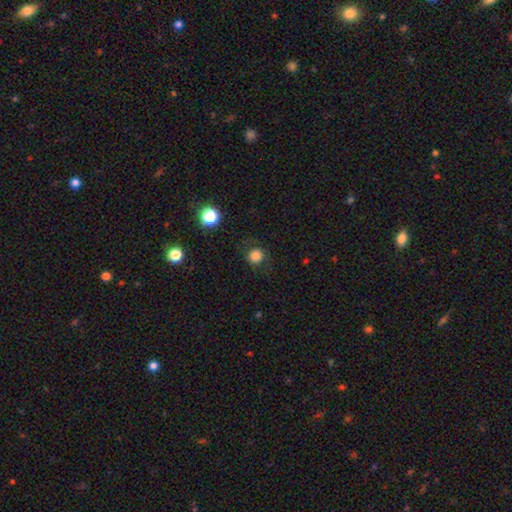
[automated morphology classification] This appears to be a smooth galaxy with no disk features (81%) that is round (90%). Merging: none (80%).